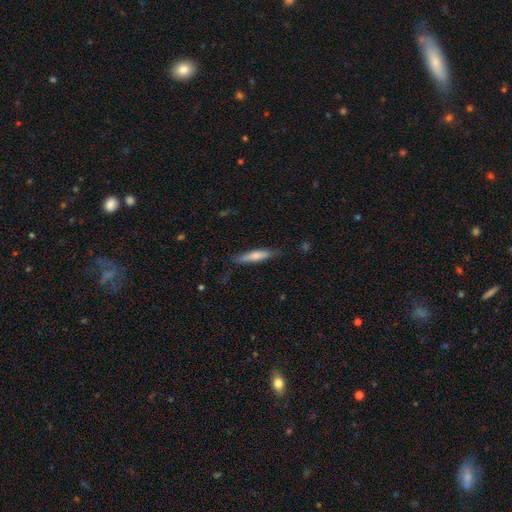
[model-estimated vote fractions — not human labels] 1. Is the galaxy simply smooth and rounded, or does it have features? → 69% smooth, 25% featured or disk, 6% star or artifact.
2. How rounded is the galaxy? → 81% cigar-shaped, 18% in between, 1% round.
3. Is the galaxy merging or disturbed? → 78% none, 17% minor disturbance, 3% major disturbance, 1% merger.